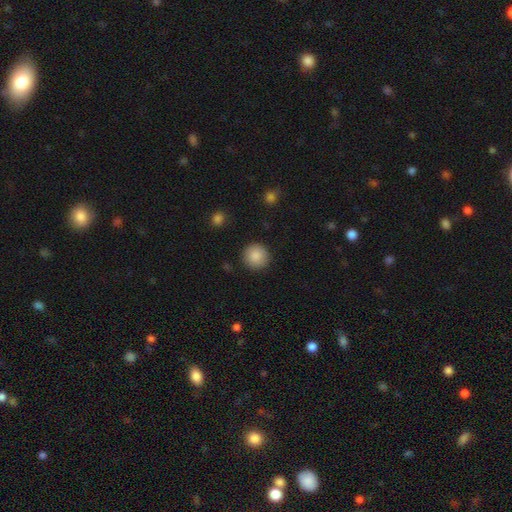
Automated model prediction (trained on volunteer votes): This is clearly a smooth galaxy (88%). How rounded: clearly round (94%). Merging: clearly none (91%).